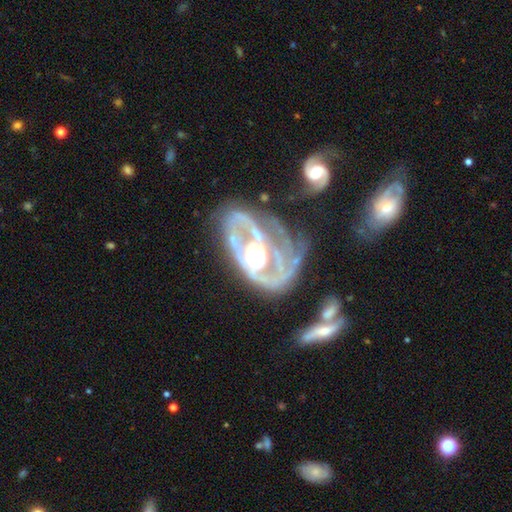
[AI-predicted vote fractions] Smooth or featured?
  - featured or disk: 85% *
  - smooth: 9%
  - star or artifact: 6%
Edge-on disk?
  - no: 96% *
  - yes: 4%
Bar?
  - no: 71% *
  - weak: 17%
  - strong: 12%
Spiral arms?
  - yes: 72% *
  - no: 28%
Spiral winding?
  - tight: 49% *
  - medium: 32%
  - loose: 19%
Spiral arm count?
  - can't tell: 31% *
  - 2: 27%
  - 1: 20%
  - 3: 11%
  - 4: 5%
  - more than 4: 5%
Bulge size?
  - moderate: 48% *
  - large: 40%
  - dominant: 6%
  - small: 5%
  - none: 2%
Merging?
  - none: 39% *
  - major disturbance: 34%
  - minor disturbance: 22%
  - merger: 6%